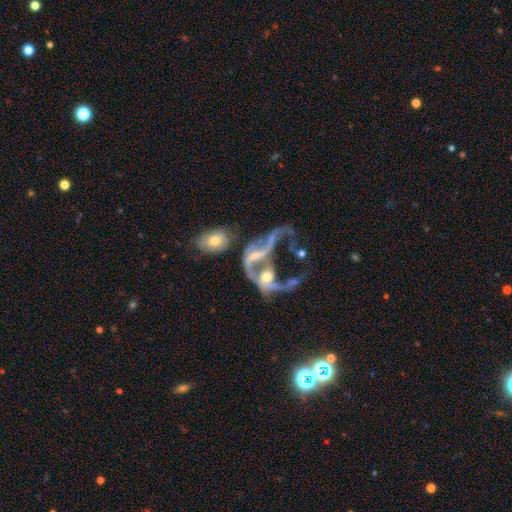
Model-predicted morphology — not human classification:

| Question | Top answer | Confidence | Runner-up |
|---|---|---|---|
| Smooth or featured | featured or disk | 74% | star or artifact (13%) |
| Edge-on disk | no | 94% | yes (6%) |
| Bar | no | 55% | weak (29%) |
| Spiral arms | yes | 68% | no (32%) |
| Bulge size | moderate | 38% | small (37%) |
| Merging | merger | 55% | major disturbance (26%) |